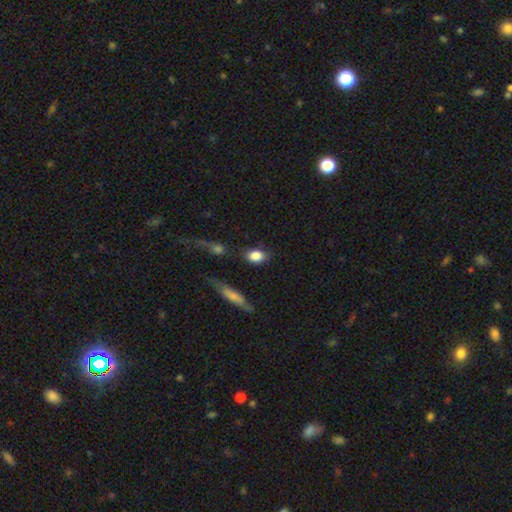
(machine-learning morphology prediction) type=smooth (85%); roundness=in between (72%); merging=none (69%).